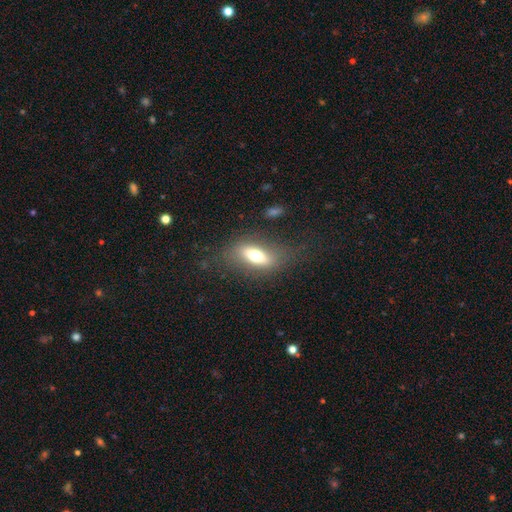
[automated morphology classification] type=smooth (62%); roundness=in between (74%); merging=none (70%).